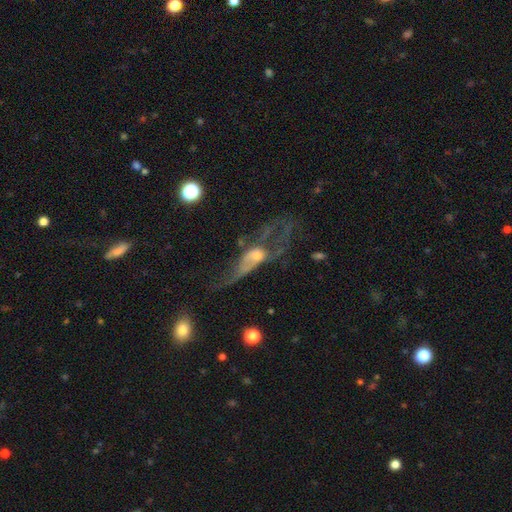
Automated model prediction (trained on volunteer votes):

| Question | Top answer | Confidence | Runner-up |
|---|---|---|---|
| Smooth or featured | featured or disk | 62% | smooth (24%) |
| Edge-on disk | no | 81% | yes (19%) |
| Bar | no | 78% | weak (17%) |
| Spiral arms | no | 61% | yes (39%) |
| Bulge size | moderate | 42% | small (35%) |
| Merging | major disturbance | 56% | none (21%) |